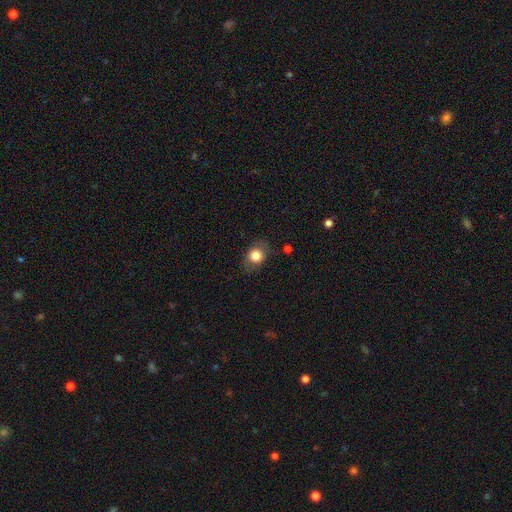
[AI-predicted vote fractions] Morphology: type=smooth (78%); roundness=round (54%); merging=none (76%).